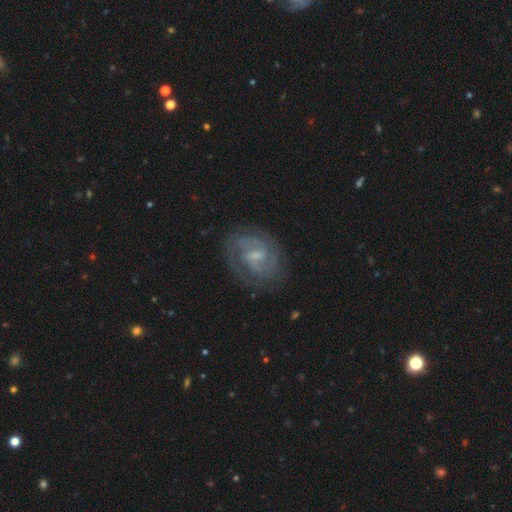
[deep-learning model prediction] This is clearly a featured or disk galaxy (82%). It is clearly not viewed edge-on (97%). Bar: possibly weak (60%). Spiral arm pattern: clearly yes (93%). Spiral arm count: likely 2 (68%). Spiral winding: possibly tight (49%). Central bulge: possibly small (52%). Merging: likely none (77%).